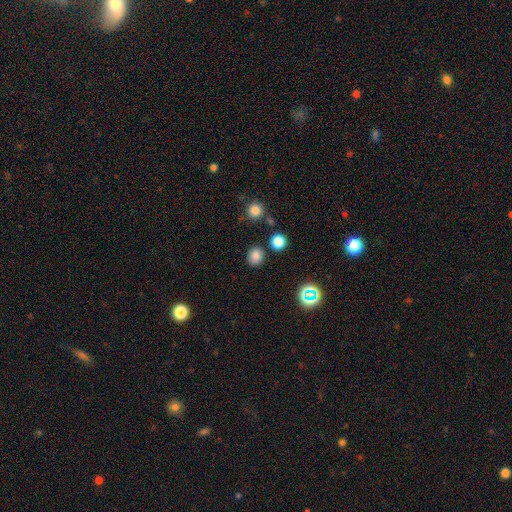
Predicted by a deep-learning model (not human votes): Morphology: type=smooth (81%); roundness=round (69%); merging=none (84%).